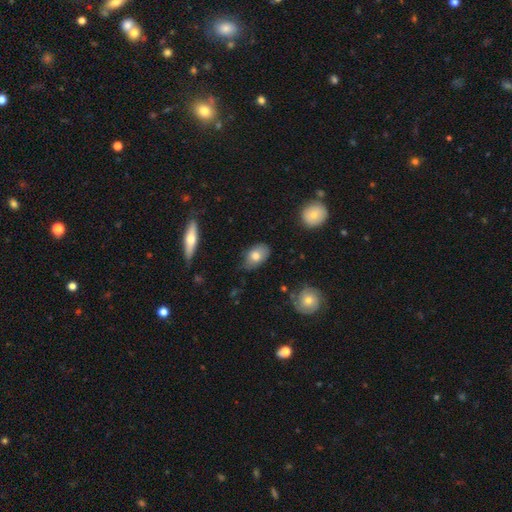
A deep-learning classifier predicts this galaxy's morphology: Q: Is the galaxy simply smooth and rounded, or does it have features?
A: smooth — 74%.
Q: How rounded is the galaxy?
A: in between — 89%.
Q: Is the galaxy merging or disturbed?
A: none — 65%.